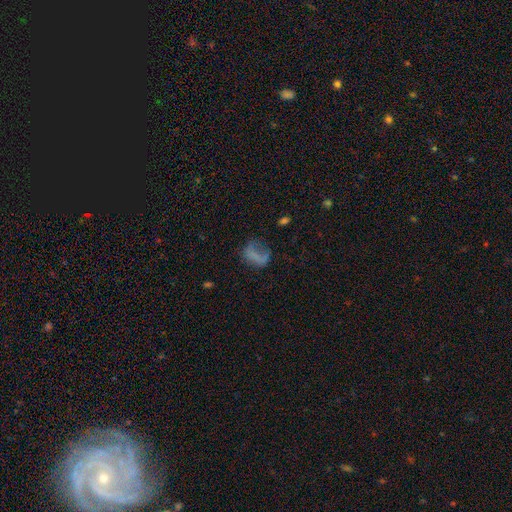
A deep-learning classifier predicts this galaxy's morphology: Q: Smooth or featured?
A: smooth (58%); runner-up: featured or disk (26%)
Q: How rounded?
A: in between (62%); runner-up: round (34%)
Q: Merging?
A: major disturbance (38%); runner-up: none (36%)